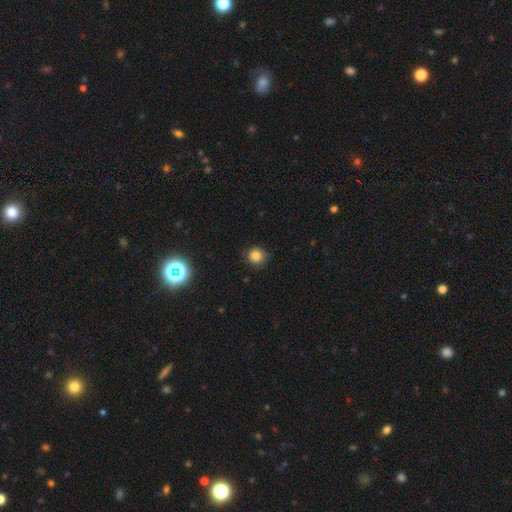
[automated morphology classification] type=smooth (82%); roundness=round (91%); merging=none (83%).